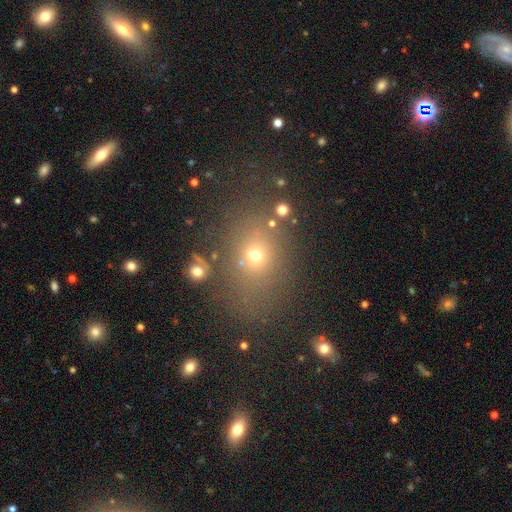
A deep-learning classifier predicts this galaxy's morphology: Smooth or featured: smooth — 60% (star or artifact — 26%)
How rounded: in between — 54% (round — 44%)
Merging: none — 73% (minor disturbance — 13%)